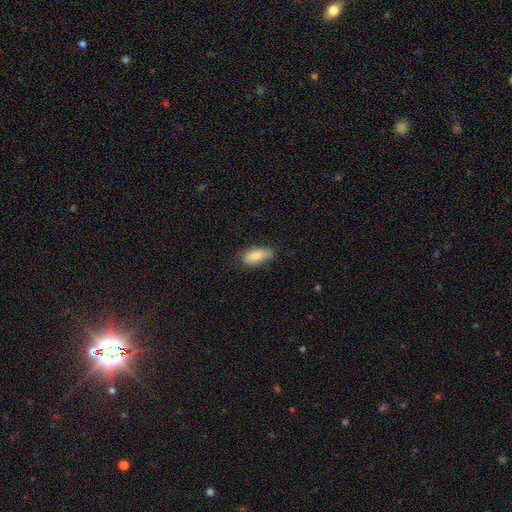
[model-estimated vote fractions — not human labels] Smooth or featured? Predicted: smooth (p=0.86). How rounded? Predicted: in between (p=0.83). Merging? Predicted: none (p=0.67).